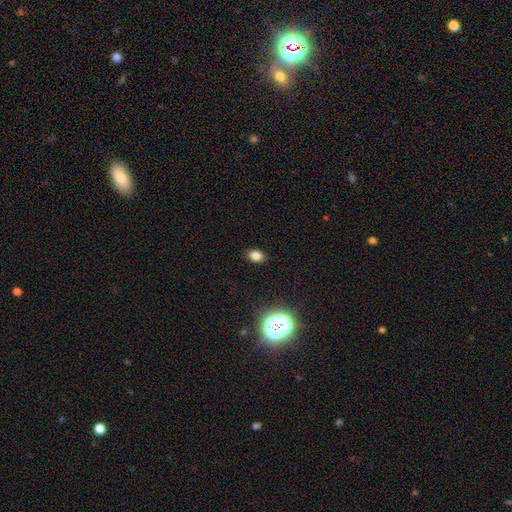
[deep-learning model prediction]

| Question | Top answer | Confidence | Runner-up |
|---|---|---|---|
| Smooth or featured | smooth | 78% | star or artifact (16%) |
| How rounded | in between | 74% | round (24%) |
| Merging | none | 88% | minor disturbance (9%) |